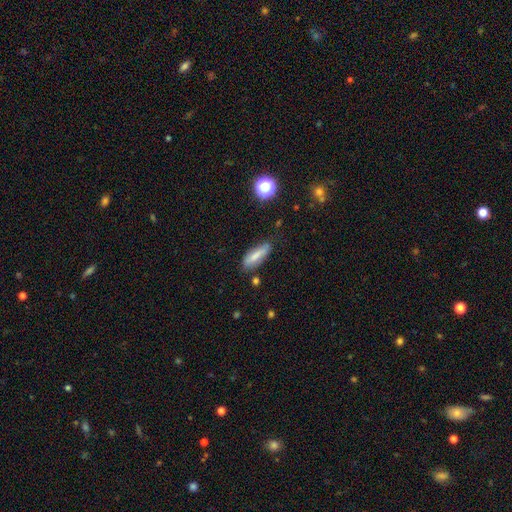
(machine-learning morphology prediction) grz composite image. It shows a smooth galaxy with no disk features (72%) that is in between round and cigar-shaped (49%). Merging: none (70%).